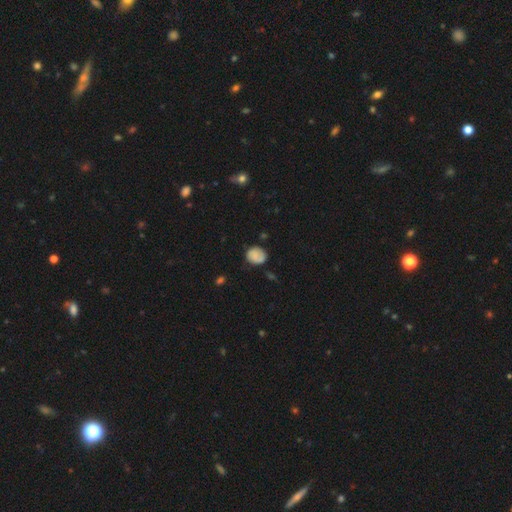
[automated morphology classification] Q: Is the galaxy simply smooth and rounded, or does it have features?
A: smooth — 74%.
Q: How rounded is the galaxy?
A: round — 70%.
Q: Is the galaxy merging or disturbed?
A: none — 67%.